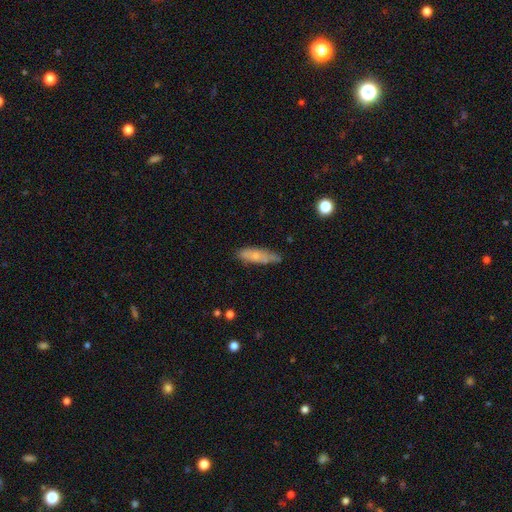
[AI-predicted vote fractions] Overall: smooth (67%; featured or disk 27%). How rounded: cigar-shaped (59%; in between 38%). Merging: none (65%; minor disturbance 26%).